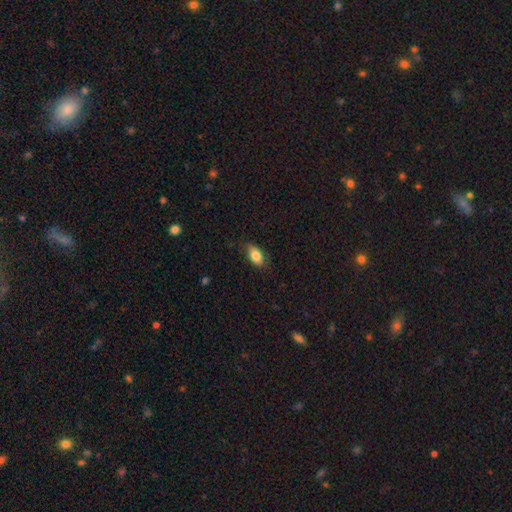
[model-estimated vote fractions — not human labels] Smooth or featured? smooth (83%)
How rounded? in between (90%)
Merging? none (78%)